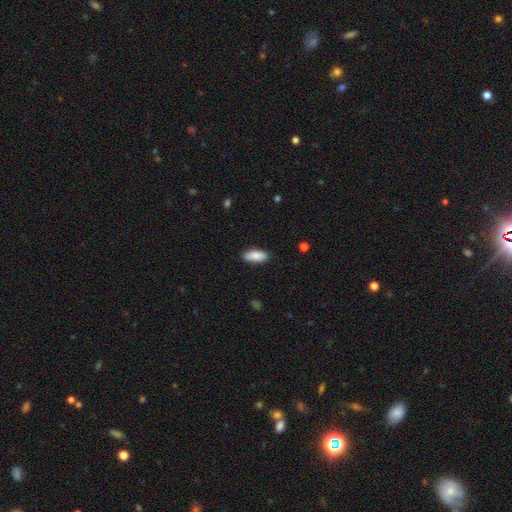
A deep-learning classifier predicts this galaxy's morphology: Q: Smooth or featured?
A: smooth (87%); runner-up: featured or disk (7%)
Q: How rounded?
A: in between (82%); runner-up: cigar-shaped (16%)
Q: Merging?
A: none (87%); runner-up: minor disturbance (10%)